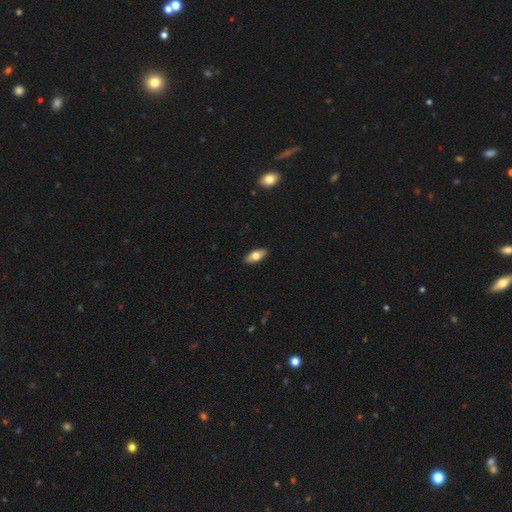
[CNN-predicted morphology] Overall: smooth (72%). How rounded: in between (83%). Merging: none (90%).